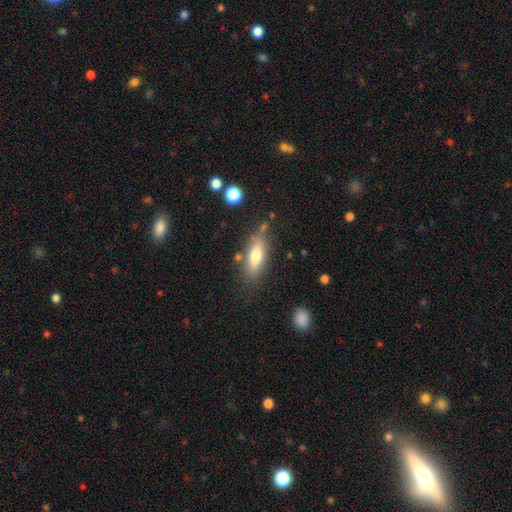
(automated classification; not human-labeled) This is likely a smooth galaxy (69%). How rounded: likely in between (62%). Merging: likely none (74%).